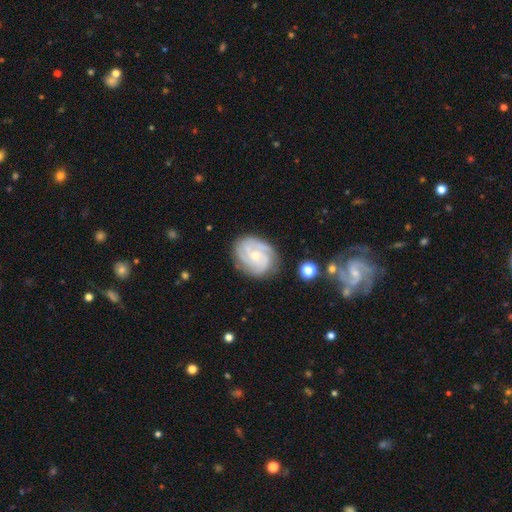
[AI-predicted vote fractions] A featured or disk galaxy (87%) with no bar (64%), 3 (49%) tight (64%) spiral arms (98%) and a small central bulge (62%).

Vote fractions:
- Smooth or featured? featured or disk: 87% / smooth: 8% / star or artifact: 5%
- Edge-on disk? no: 98% / yes: 2%
- Bar? no: 64% / weak: 30% / strong: 5%
- Spiral arms? yes: 98% / no: 2%
- Spiral winding? tight: 64% / medium: 31% / loose: 5%
- Spiral arm count? 3: 49% / 2: 20% / can't tell: 13% / 4: 11% / 1: 4% / more than 4: 4%
- Bulge size? small: 62% / moderate: 33% / none: 2% / large: 1% / dominant: 1%
- Merging? none: 77% / minor disturbance: 16% / major disturbance: 5% / merger: 2%